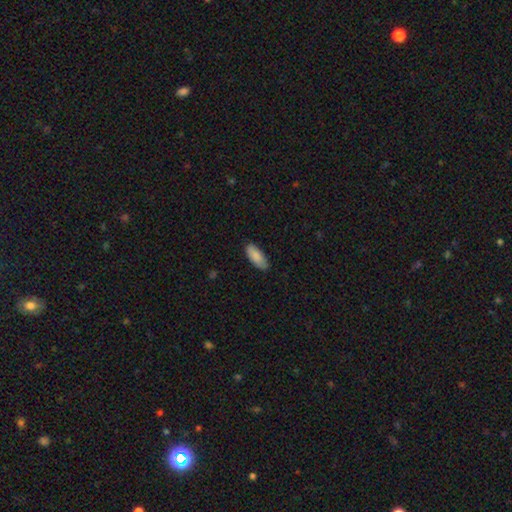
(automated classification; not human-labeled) Smooth or featured? Predicted: smooth (p=0.88). How rounded? Predicted: in between (p=0.80). Merging? Predicted: none (p=0.83).